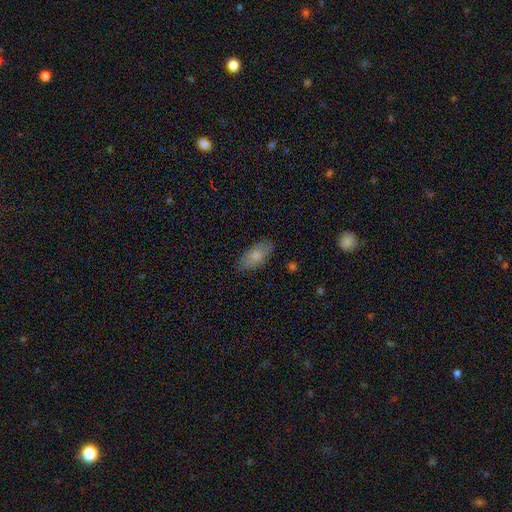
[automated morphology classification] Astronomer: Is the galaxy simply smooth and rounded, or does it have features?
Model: smooth — 74%.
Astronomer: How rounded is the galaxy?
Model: in between — 90%.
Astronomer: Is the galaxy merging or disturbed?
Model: none — 83%.